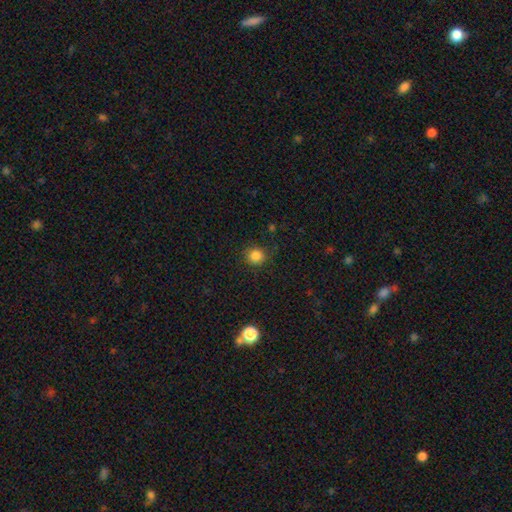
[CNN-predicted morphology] A smooth galaxy with no disk features (84%) that is round (91%). Merging: none (86%).